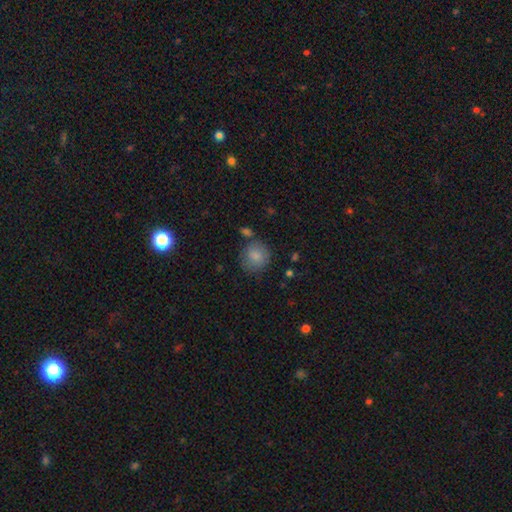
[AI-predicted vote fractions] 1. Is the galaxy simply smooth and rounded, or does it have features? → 83% smooth, 9% featured or disk, 8% star or artifact.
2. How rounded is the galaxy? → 86% round, 13% in between, 1% cigar-shaped.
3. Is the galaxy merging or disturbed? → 68% none, 18% minor disturbance, 8% merger, 6% major disturbance.